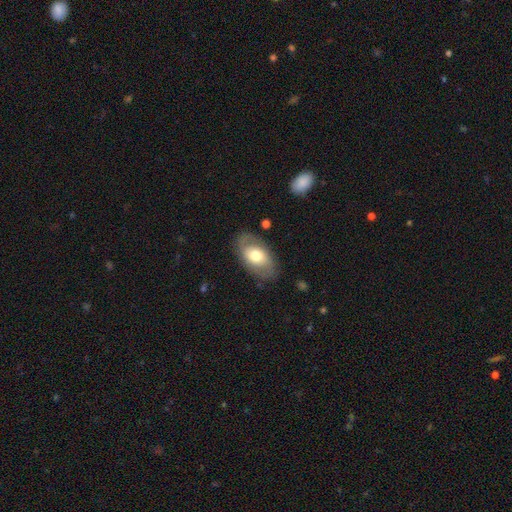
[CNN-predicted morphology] smooth-or-featured: smooth: 50% | featured or disk: 43% | star or artifact: 6%
  how-rounded: in between: 89% | round: 9% | cigar-shaped: 2%
  merging: none: 77% | minor disturbance: 16% | major disturbance: 6% | merger: 1%